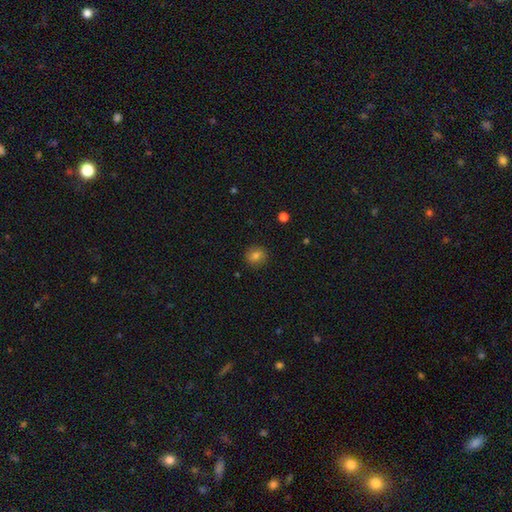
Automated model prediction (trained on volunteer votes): smooth-or-featured: smooth: 81% | star or artifact: 11% | featured or disk: 8%
  how-rounded: round: 72% | in between: 27% | cigar-shaped: 1%
  merging: none: 87% | minor disturbance: 9% | major disturbance: 2% | merger: 1%